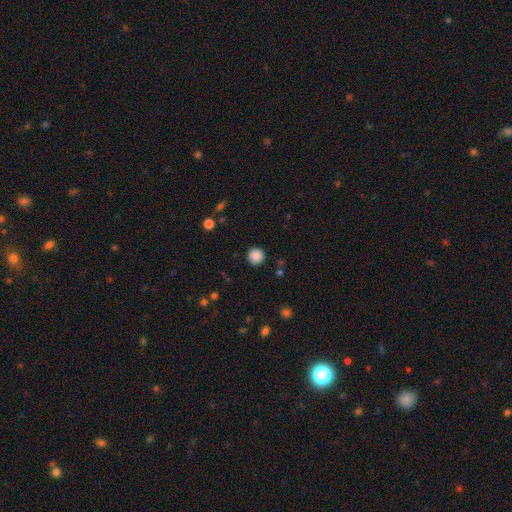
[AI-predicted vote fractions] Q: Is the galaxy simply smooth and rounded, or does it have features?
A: smooth — 87%.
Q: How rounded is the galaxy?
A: round — 94%.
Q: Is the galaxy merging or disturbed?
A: none — 89%.